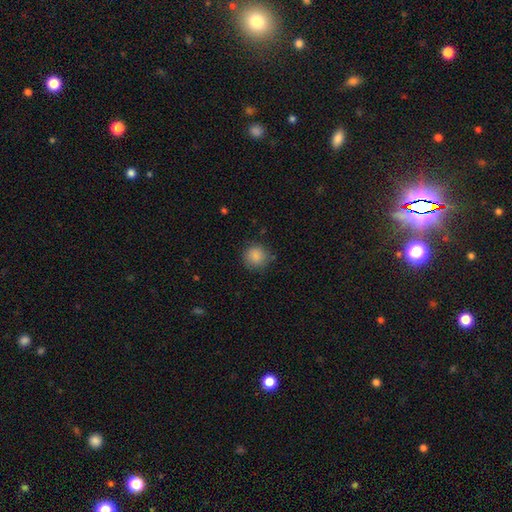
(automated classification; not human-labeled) Smooth or featured: smooth — 87% (star or artifact — 9%)
How rounded: round — 92% (in between — 7%)
Merging: none — 85% (minor disturbance — 11%)